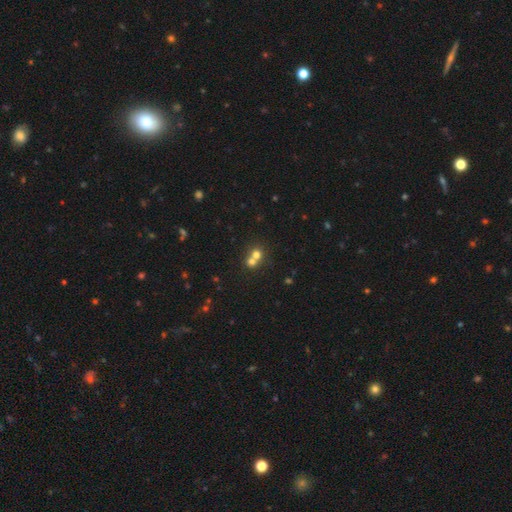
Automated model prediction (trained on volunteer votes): Smooth or featured?
  - smooth: 67% *
  - star or artifact: 17%
  - featured or disk: 16%
How rounded?
  - round: 81% *
  - in between: 18%
  - cigar-shaped: 1%
Merging?
  - merger: 59% *
  - none: 34%
  - minor disturbance: 5%
  - major disturbance: 2%